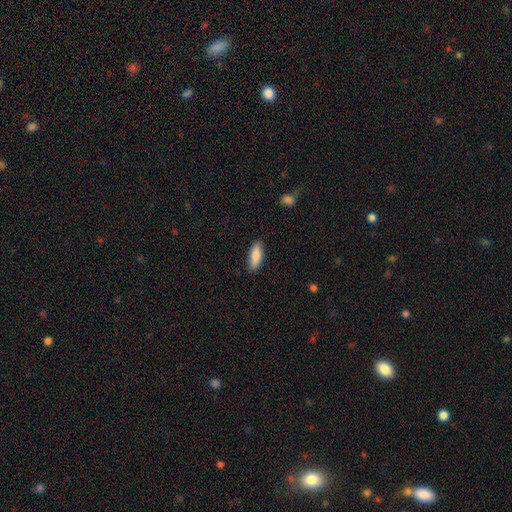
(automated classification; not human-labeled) smooth 84%, featured or disk 10%, star or artifact 6%. Down the decision tree: how rounded — in between (61%); merging — none (86%).